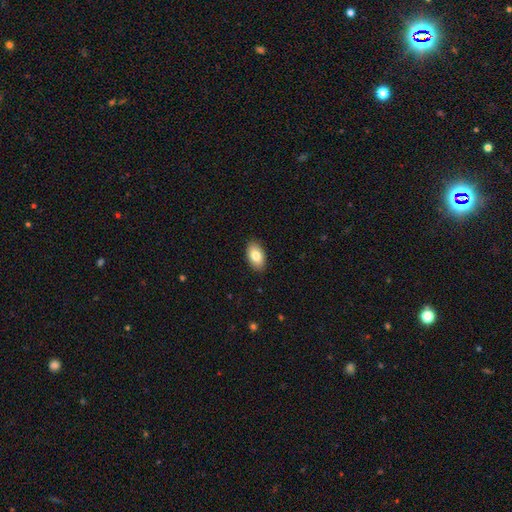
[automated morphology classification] Smooth or featured? Predicted: smooth (p=0.83). How rounded? Predicted: in between (p=0.93). Merging? Predicted: none (p=0.89).